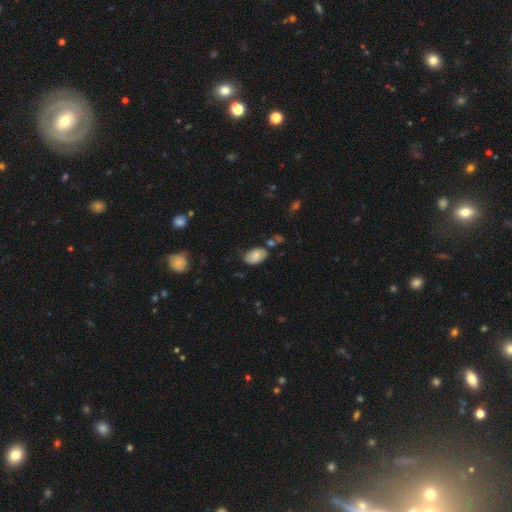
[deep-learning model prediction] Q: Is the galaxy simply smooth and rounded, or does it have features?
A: smooth — 70%.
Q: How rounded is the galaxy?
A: in between — 92%.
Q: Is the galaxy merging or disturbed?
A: none — 66%.